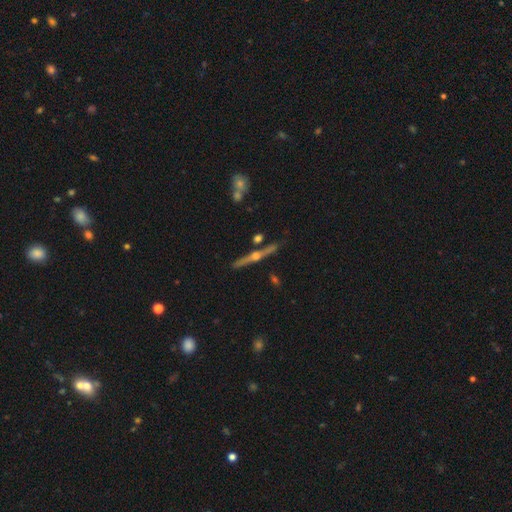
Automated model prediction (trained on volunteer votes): The model was most divided on "smooth or featured": featured or disk: 84%, smooth: 10%, star or artifact: 6%. More confident: edge-on disk — yes (98%); edge-on bulge — rounded (93%); merging — none (85%).